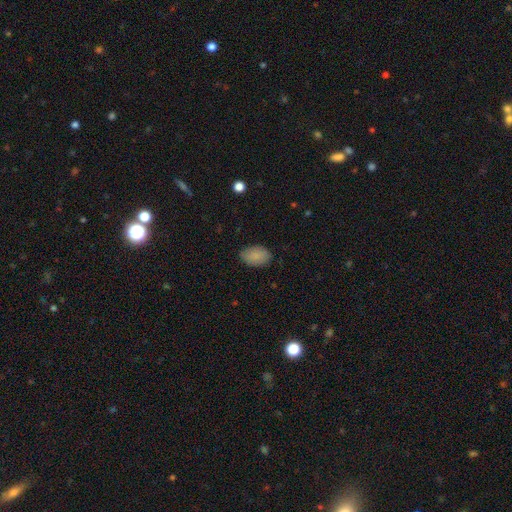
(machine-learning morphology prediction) A smooth galaxy with no disk features (87%) that is in between round and cigar-shaped (89%). Merging: none (79%).